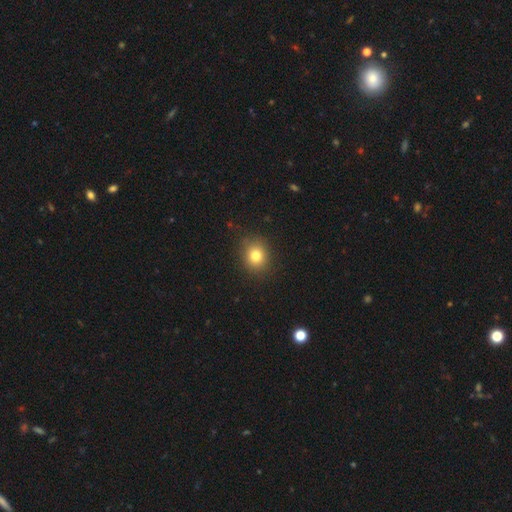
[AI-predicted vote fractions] Smooth or featured: smooth — 80% (star or artifact — 12%)
How rounded: round — 73% (in between — 26%)
Merging: none — 86% (minor disturbance — 9%)